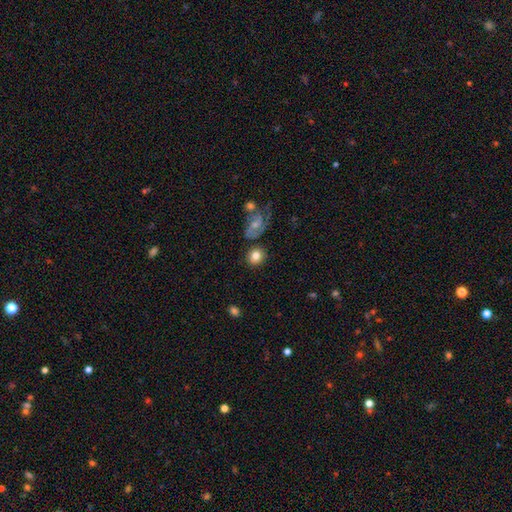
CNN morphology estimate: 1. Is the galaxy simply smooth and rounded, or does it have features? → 78% smooth, 14% featured or disk, 8% star or artifact.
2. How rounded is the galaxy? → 77% round, 22% in between, 1% cigar-shaped.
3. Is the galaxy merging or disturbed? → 74% none, 12% minor disturbance, 9% merger, 5% major disturbance.